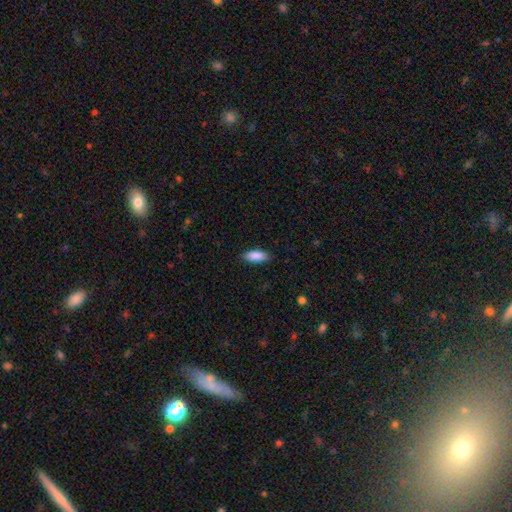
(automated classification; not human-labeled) Overall: smooth (89%). How rounded: in between (79%). Merging: none (86%).